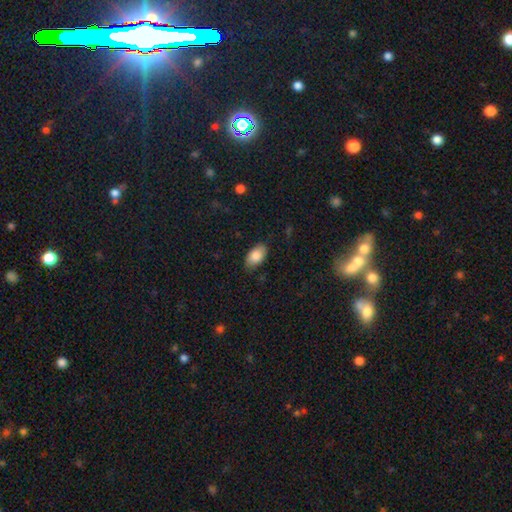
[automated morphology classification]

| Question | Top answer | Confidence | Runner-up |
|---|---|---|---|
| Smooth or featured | smooth | 85% | featured or disk (8%) |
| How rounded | in between | 94% | round (4%) |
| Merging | none | 82% | minor disturbance (14%) |